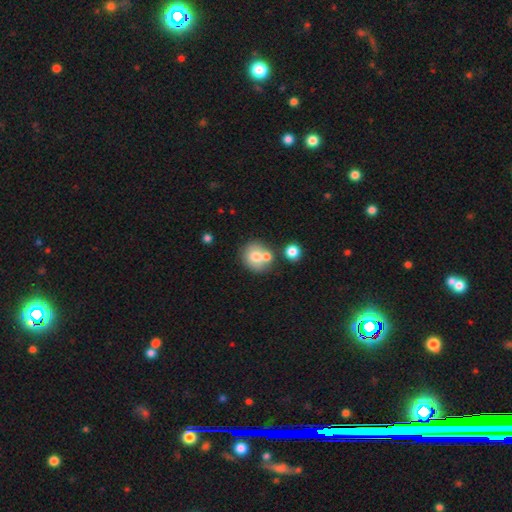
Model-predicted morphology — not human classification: The model was most divided on "merging": none: 53%, merger: 33%, minor disturbance: 11%, major disturbance: 4%. More confident: how rounded — round (80%); smooth or featured — smooth (70%).